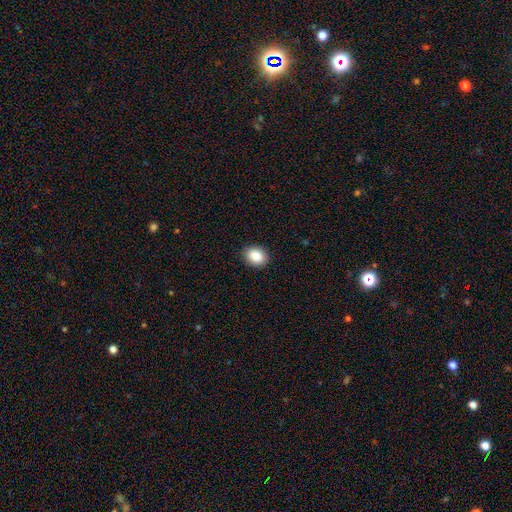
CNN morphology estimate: This appears to be a smooth galaxy with no disk features (88%) that is in between round and cigar-shaped (56%). Merging: none (90%).